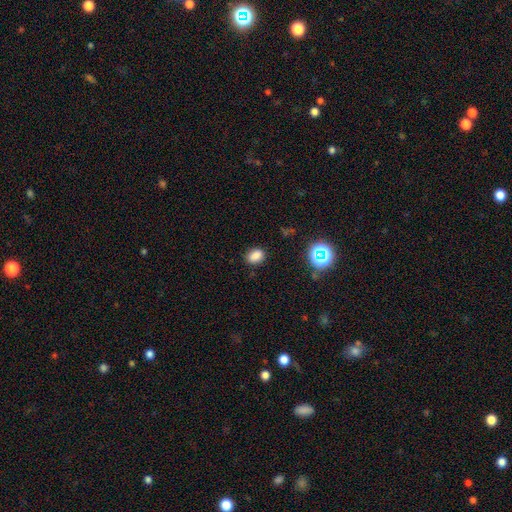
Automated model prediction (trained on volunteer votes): smooth_or_featured: smooth (p=0.81) [alt: star or artifact p=0.15]
how_rounded: in between (p=0.69) [alt: round p=0.29]
merging: none (p=0.84) [alt: minor disturbance p=0.11]